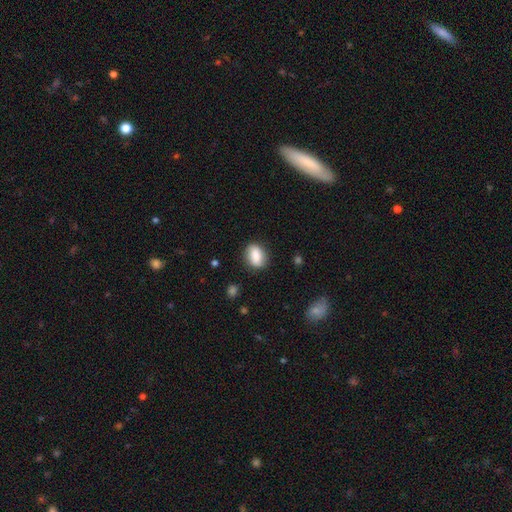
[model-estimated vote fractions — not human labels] smooth_or_featured: smooth (p=0.82) [alt: featured or disk p=0.10]
how_rounded: in between (p=0.76) [alt: round p=0.22]
merging: none (p=0.81) [alt: minor disturbance p=0.14]